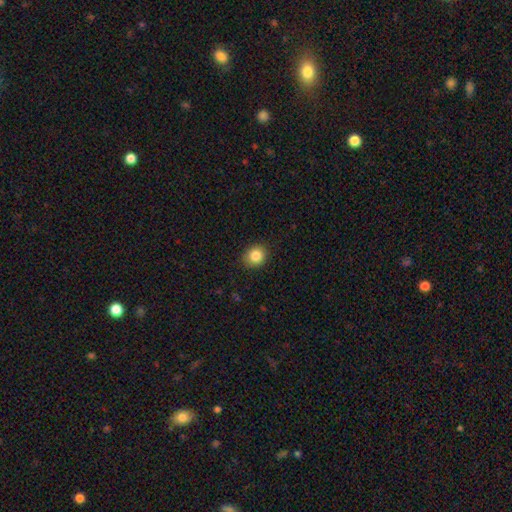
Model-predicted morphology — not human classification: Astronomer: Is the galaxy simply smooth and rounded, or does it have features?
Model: smooth — 84%.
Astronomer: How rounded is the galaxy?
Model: round — 76%.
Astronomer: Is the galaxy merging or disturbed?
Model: none — 88%.